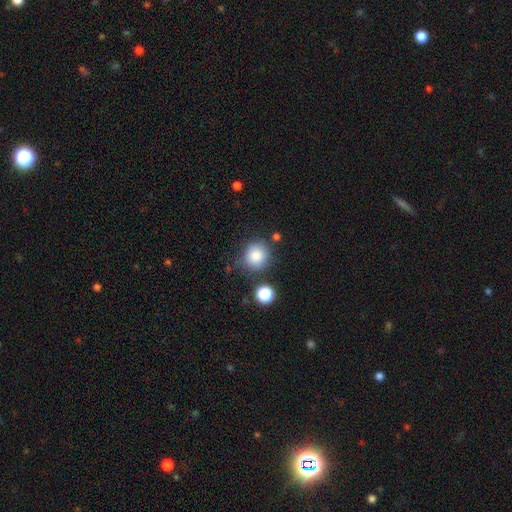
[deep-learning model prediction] This is clearly a smooth galaxy (83%). How rounded: clearly round (88%). Merging: likely none (74%).